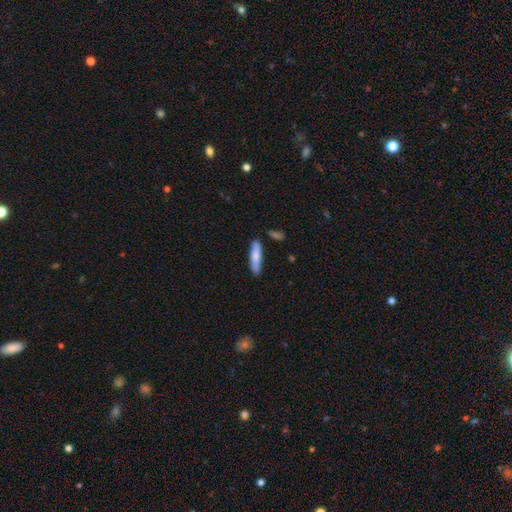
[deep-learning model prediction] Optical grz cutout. It shows a smooth galaxy with no disk features (77%) that is cigar-shaped (77%). Merging: none (84%).